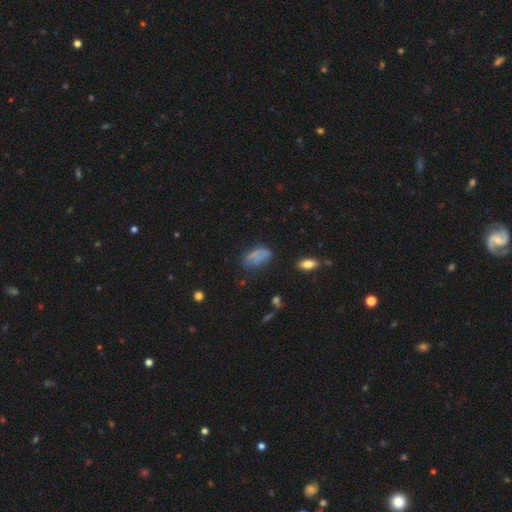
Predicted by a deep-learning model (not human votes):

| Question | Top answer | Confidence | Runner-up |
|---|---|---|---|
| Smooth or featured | smooth | 70% | featured or disk (16%) |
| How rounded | in between | 87% | cigar-shaped (7%) |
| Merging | none | 57% | minor disturbance (28%) |